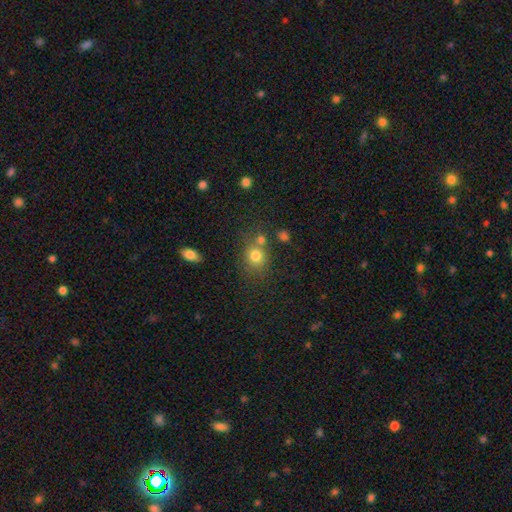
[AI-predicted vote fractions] Morphology: type=smooth (78%); roundness=round (74%); merging=none (61%).